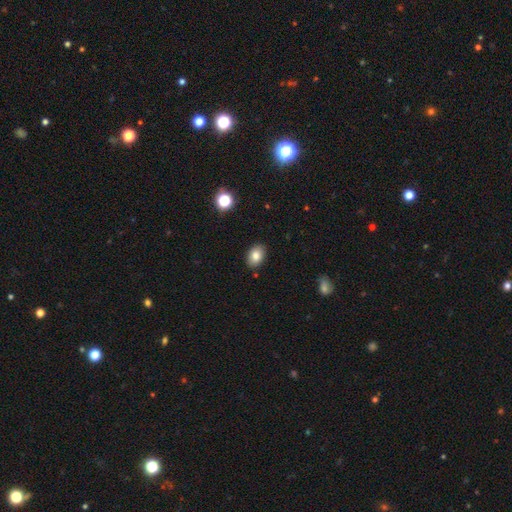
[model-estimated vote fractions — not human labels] smooth-or-featured: smooth: 82% | star or artifact: 9% | featured or disk: 9%
  how-rounded: in between: 83% | round: 16% | cigar-shaped: 1%
  merging: none: 88% | minor disturbance: 9% | major disturbance: 2% | merger: 2%